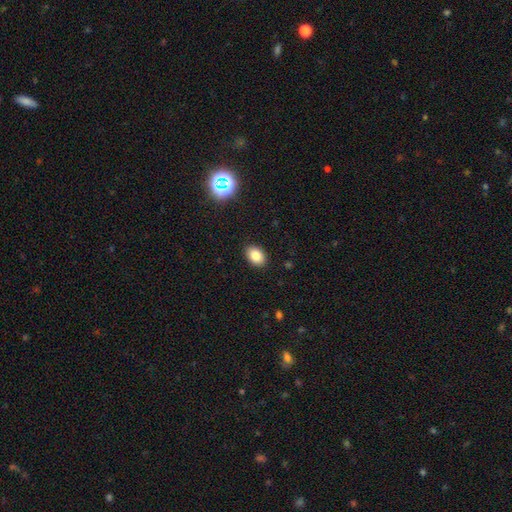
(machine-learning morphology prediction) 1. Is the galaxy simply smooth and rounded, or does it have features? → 84% smooth, 10% star or artifact, 6% featured or disk.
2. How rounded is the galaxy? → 81% in between, 18% round, 1% cigar-shaped.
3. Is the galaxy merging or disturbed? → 89% none, 7% minor disturbance, 2% major disturbance, 1% merger.